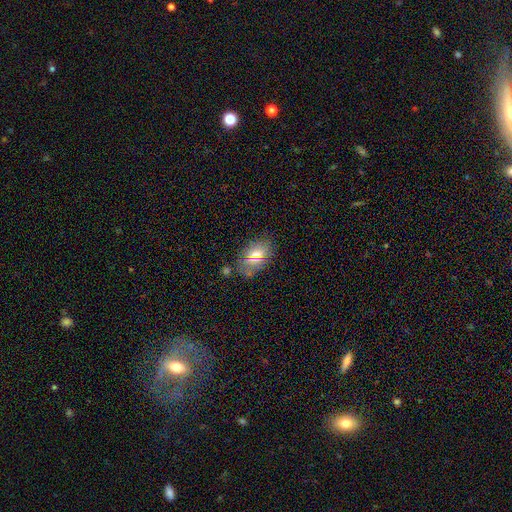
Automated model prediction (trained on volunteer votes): Q: Smooth or featured?
A: smooth (64%); runner-up: featured or disk (25%)
Q: How rounded?
A: in between (86%); runner-up: round (11%)
Q: Merging?
A: none (69%); runner-up: minor disturbance (20%)